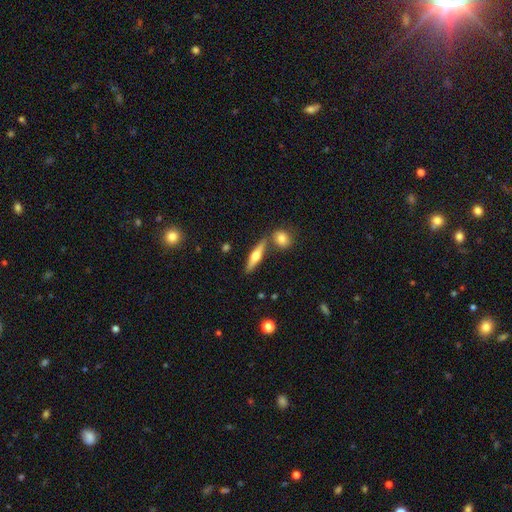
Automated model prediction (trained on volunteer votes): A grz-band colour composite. It shows a featured or disk galaxy (53%) viewed edge-on (94%). Merging: none (73%).